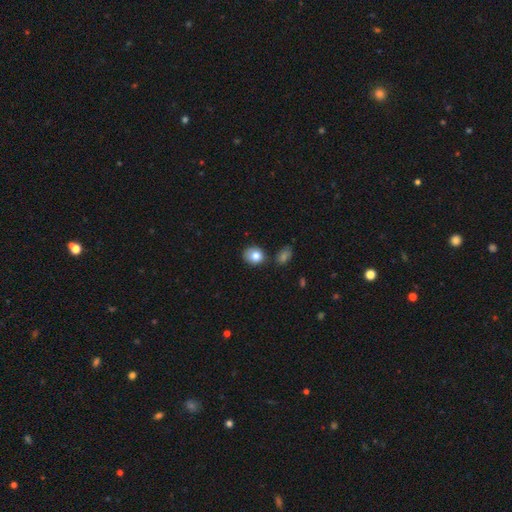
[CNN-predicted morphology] A smooth galaxy with no disk features (81%) that is round (65%). Merging: none (73%).